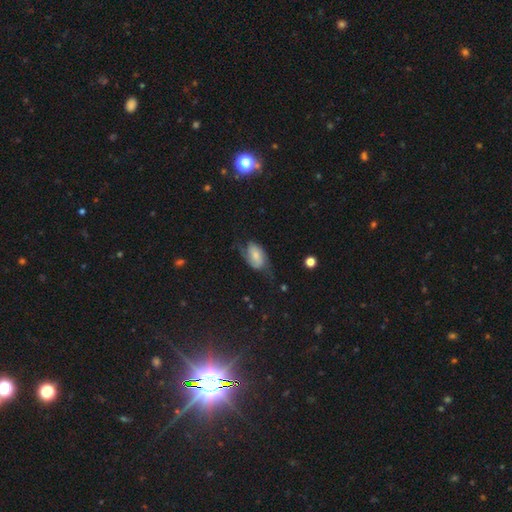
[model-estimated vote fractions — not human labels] A featured or disk galaxy (54%) with no bar (50%), spiral arms (86%) and a small central bulge (45%). Merging: none (50%).